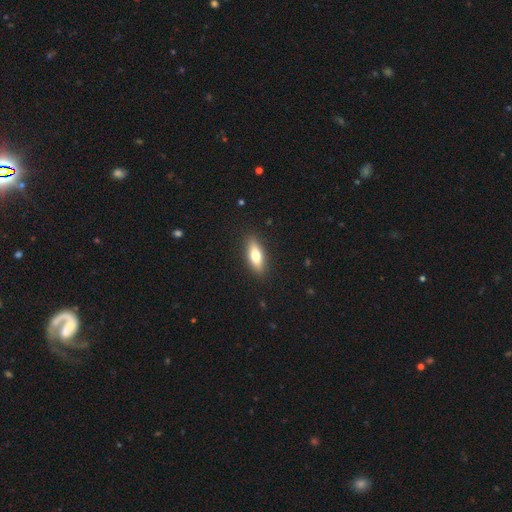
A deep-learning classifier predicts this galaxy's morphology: A smooth galaxy with no disk features (67%) that is in between round and cigar-shaped (63%). Merging: none (89%).